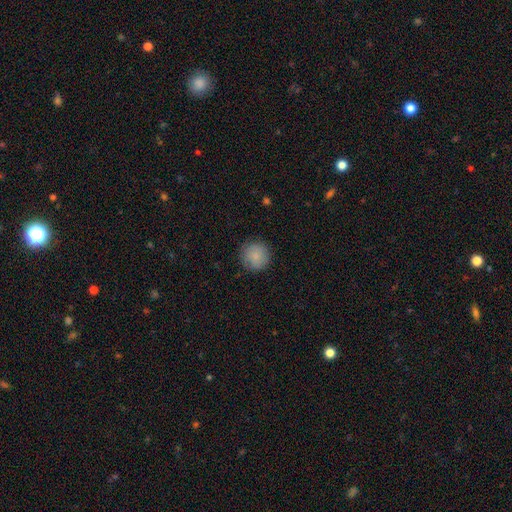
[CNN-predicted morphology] Smooth or featured? Predicted: smooth (p=0.85). How rounded? Predicted: round (p=0.94). Merging? Predicted: none (p=0.85).